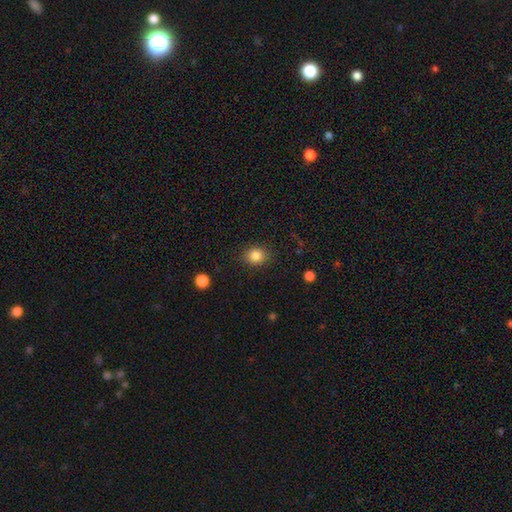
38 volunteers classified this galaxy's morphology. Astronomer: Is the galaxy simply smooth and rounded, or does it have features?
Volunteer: smooth — 95%.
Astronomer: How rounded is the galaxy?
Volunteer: round — 81%.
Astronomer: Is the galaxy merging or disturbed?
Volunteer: none — 86%.